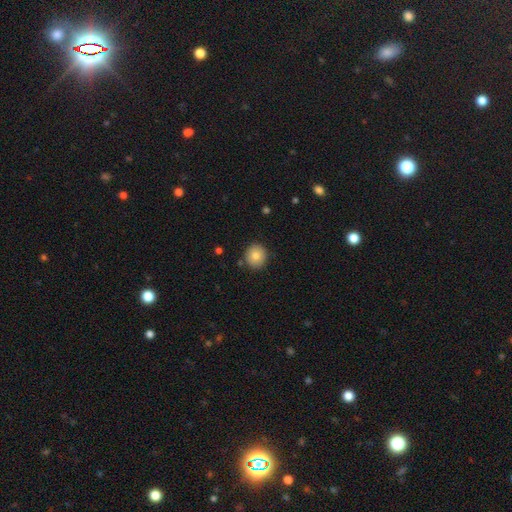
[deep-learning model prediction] smooth_or_featured: smooth (p=0.82) [alt: featured or disk p=0.10]
how_rounded: round (p=0.87) [alt: in between p=0.12]
merging: none (p=0.87) [alt: minor disturbance p=0.08]